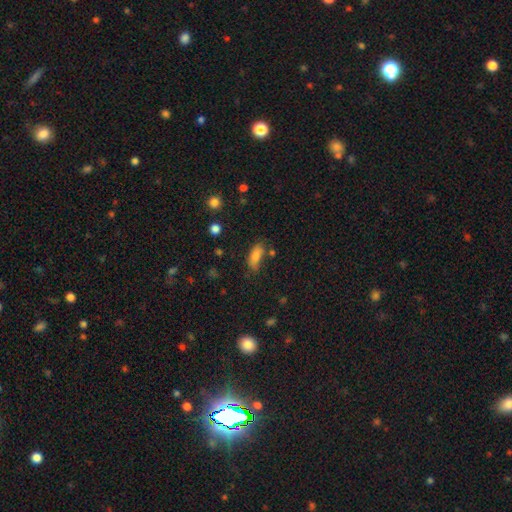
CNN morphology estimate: smooth 80%, featured or disk 11%, star or artifact 10%. Down the decision tree: how rounded — in between (79%); merging — none (62%).